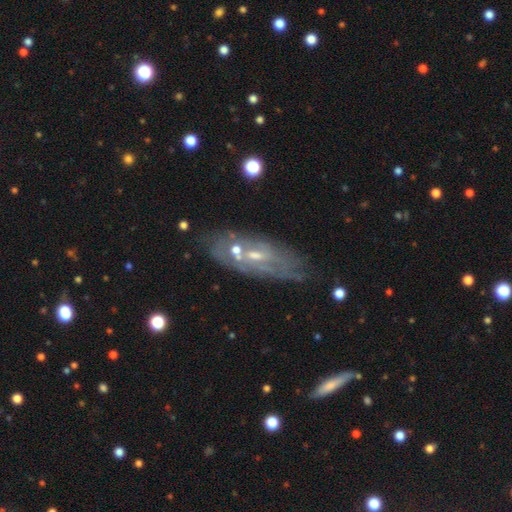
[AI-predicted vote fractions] A featured or disk galaxy (72%) with a weak bar (44%), spiral arms (60%) and a small central bulge (48%). Merging: none (60%).